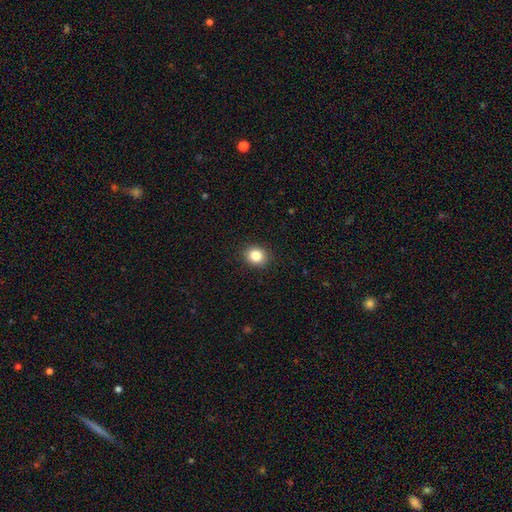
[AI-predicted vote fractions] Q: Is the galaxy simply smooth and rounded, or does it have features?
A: smooth — 84%.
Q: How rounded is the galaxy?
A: round — 74%.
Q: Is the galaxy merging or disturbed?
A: none — 91%.